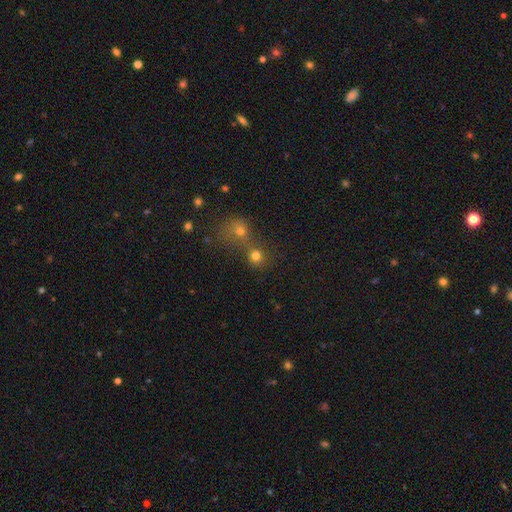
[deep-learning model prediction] Q: Smooth or featured?
A: smooth (75%); runner-up: star or artifact (16%)
Q: How rounded?
A: round (86%); runner-up: in between (13%)
Q: Merging?
A: none (47%); runner-up: merger (43%)